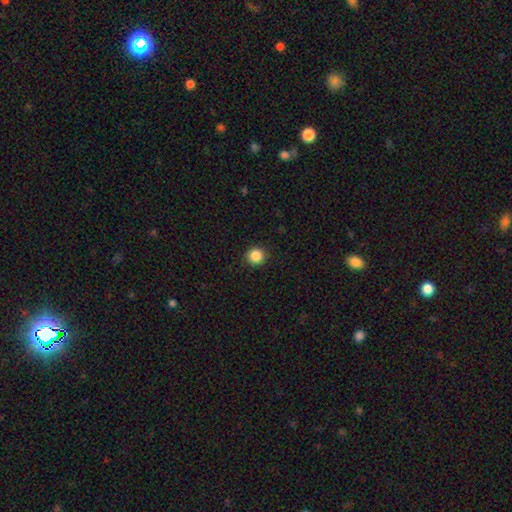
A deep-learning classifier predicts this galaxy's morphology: Smooth or featured? smooth (87%)
How rounded? round (95%)
Merging? none (92%)